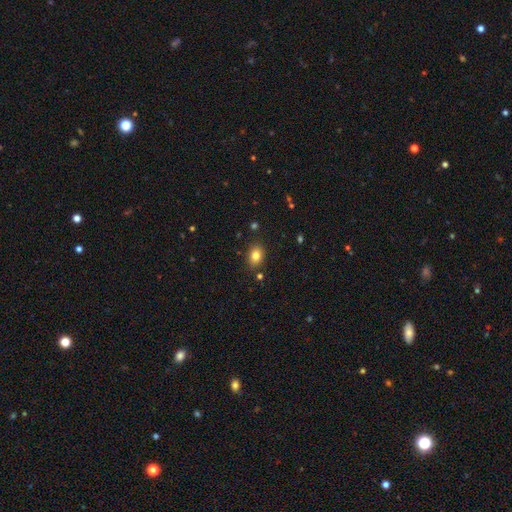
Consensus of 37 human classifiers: smooth 81%, star or artifact 11%, featured or disk 8%. Down the decision tree: how rounded — round (47%, tied with in between); merging — none (82%).